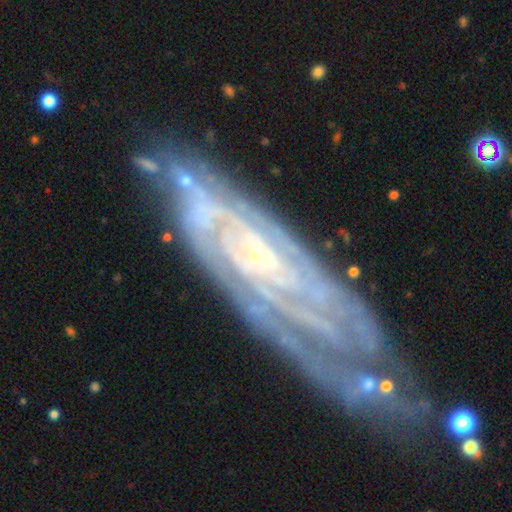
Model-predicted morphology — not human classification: Overall: featured or disk (86%). Edge-on disk: no (83%). Bar: no (60%; weak 29%). Spiral arms: yes (96%). Spiral arm count: can't tell (41%; 2 16%). Spiral winding: tight (76%). Bulge size: small (75%). Merging: none (66%).